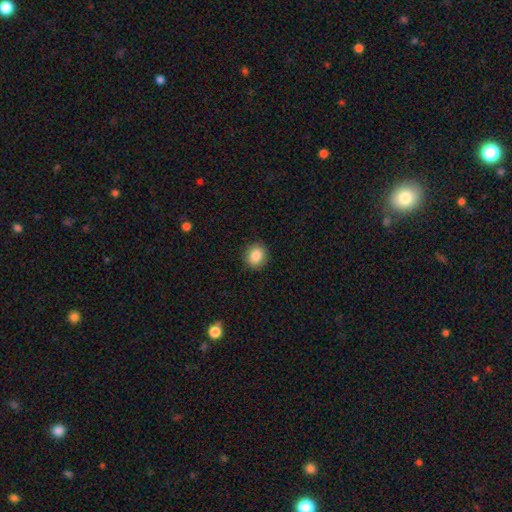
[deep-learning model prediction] Overall: smooth (86%). How rounded: round (67%; in between 32%). Merging: none (89%).